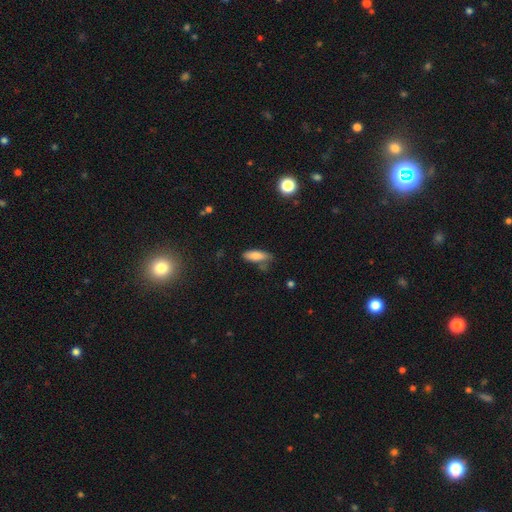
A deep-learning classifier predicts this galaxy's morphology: Smooth or featured? Predicted: smooth (p=0.82). How rounded? Predicted: in between (p=0.59). Merging? Predicted: none (p=0.64).